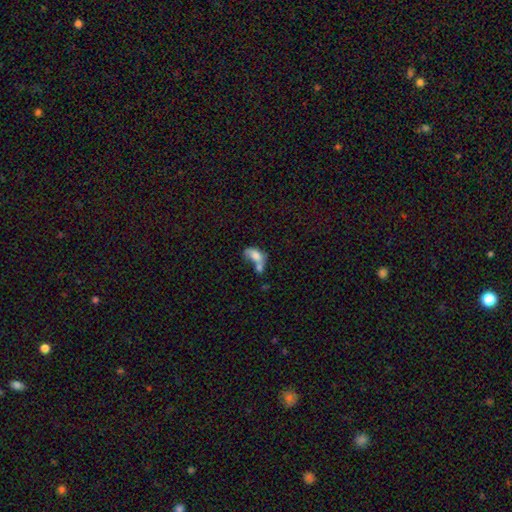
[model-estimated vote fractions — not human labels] A smooth galaxy with no disk features (65%) that is in between round and cigar-shaped (83%).

Vote fractions:
- Smooth or featured? smooth: 65% / featured or disk: 25% / star or artifact: 10%
- How rounded? in between: 83% / round: 14% / cigar-shaped: 3%
- Merging? merger: 59% / major disturbance: 16% / none: 14% / minor disturbance: 11%